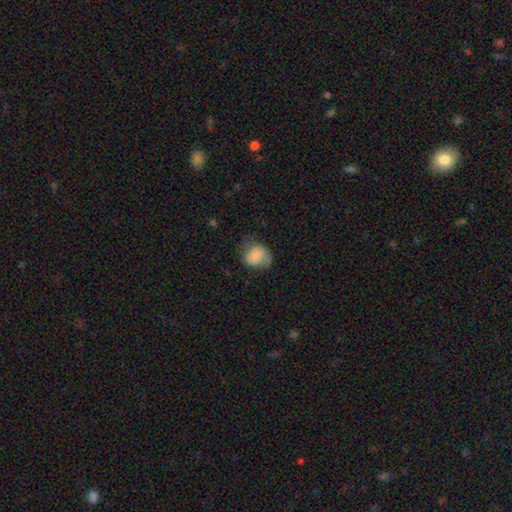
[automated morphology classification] Smooth or featured? Predicted: smooth (p=0.70). How rounded? Predicted: round (p=0.65). Merging? Predicted: none (p=0.54).